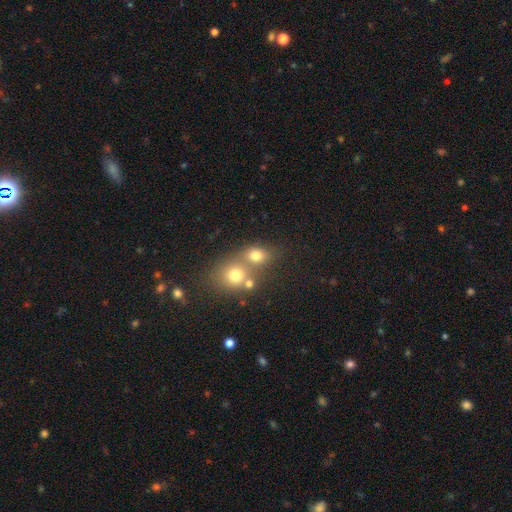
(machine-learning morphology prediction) Smooth or featured? Predicted: smooth (p=0.73). How rounded? Predicted: round (p=0.66). Merging? Predicted: merger (p=0.46).